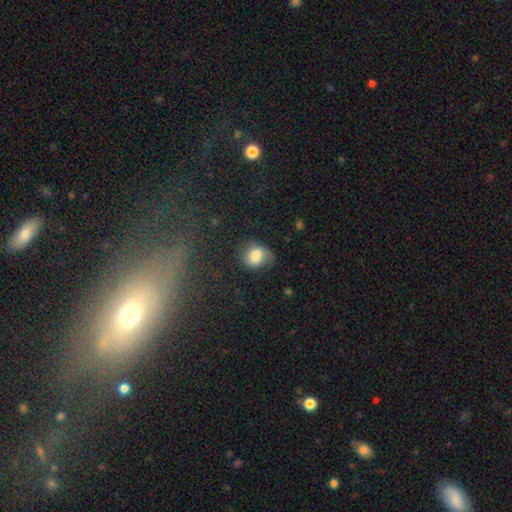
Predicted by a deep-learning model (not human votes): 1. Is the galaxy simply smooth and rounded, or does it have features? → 80% smooth, 11% featured or disk, 9% star or artifact.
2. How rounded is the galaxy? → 55% round, 44% in between, 1% cigar-shaped.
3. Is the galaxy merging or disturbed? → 63% none, 26% minor disturbance, 9% major disturbance, 2% merger.